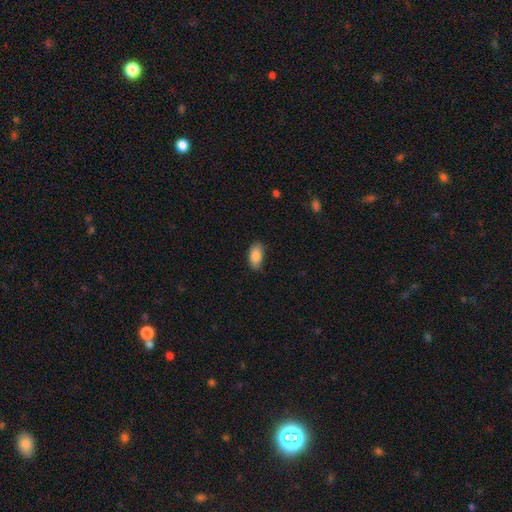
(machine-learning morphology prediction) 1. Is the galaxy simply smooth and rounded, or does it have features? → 87% smooth, 7% star or artifact, 6% featured or disk.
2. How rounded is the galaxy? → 93% in between, 4% round, 3% cigar-shaped.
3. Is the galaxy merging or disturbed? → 72% none, 23% minor disturbance, 4% major disturbance, 1% merger.